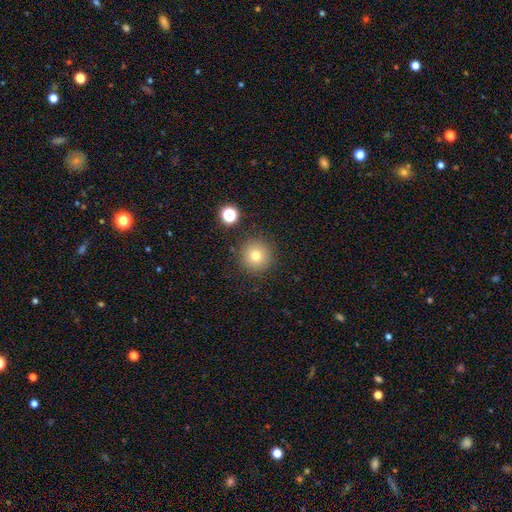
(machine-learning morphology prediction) This is likely a smooth galaxy (77%). How rounded: clearly round (96%). Merging: clearly none (88%).